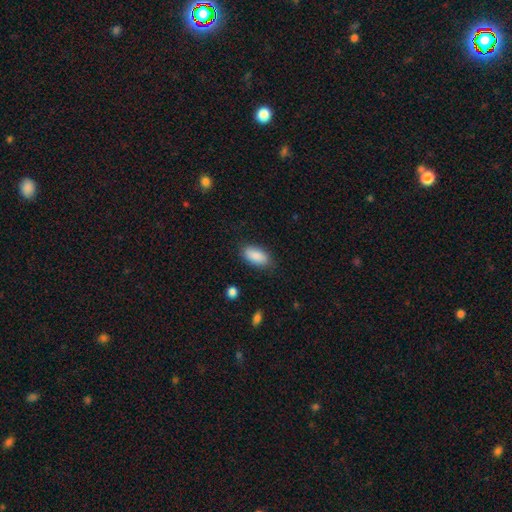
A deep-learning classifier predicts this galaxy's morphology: Smooth or featured? smooth (89%)
How rounded? in between (91%)
Merging? none (83%)